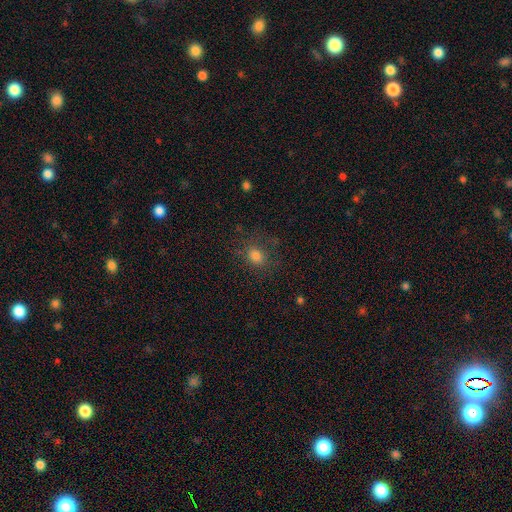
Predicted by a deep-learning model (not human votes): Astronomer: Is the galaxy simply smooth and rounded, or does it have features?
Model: smooth — 75%.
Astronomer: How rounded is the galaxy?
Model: round — 66%.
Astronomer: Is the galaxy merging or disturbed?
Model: none — 75%.